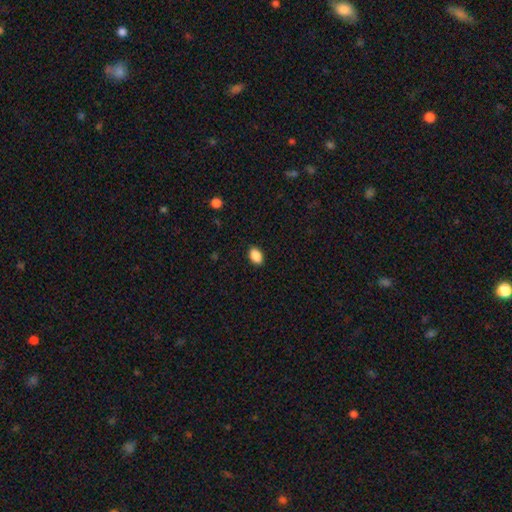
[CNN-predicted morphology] smooth-or-featured: smooth: 90% | star or artifact: 8% | featured or disk: 3%
  how-rounded: in between: 89% | round: 10% | cigar-shaped: 1%
  merging: none: 90% | minor disturbance: 8% | major disturbance: 2% | merger: 1%